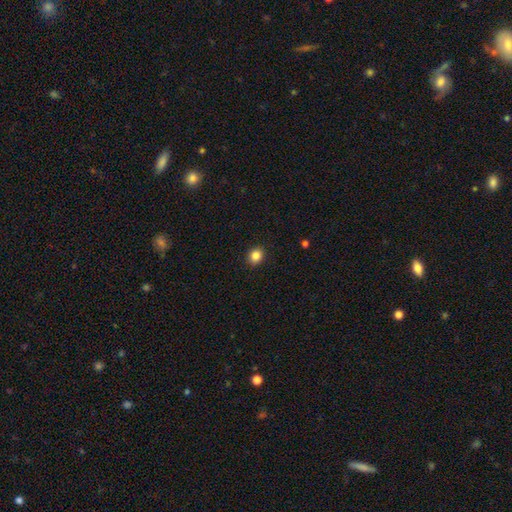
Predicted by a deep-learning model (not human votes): smooth-or-featured: smooth: 85% | star or artifact: 11% | featured or disk: 4%
  how-rounded: round: 76% | in between: 23% | cigar-shaped: 1%
  merging: none: 91% | minor disturbance: 6% | major disturbance: 2% | merger: 1%